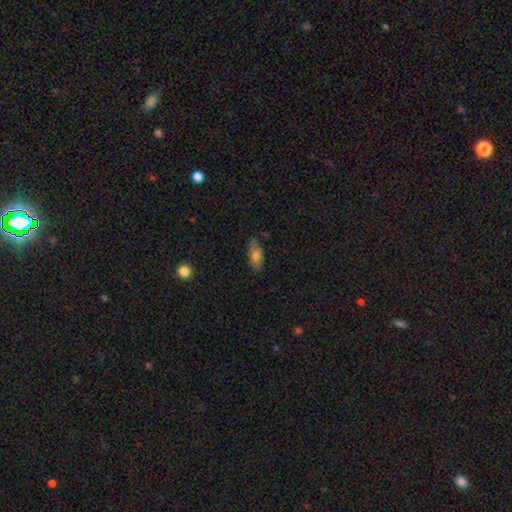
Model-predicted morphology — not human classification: Smooth or featured? smooth (71%)
How rounded? in between (83%)
Merging? none (76%)